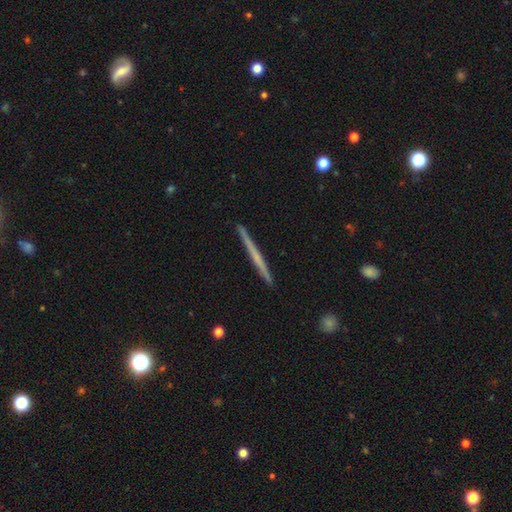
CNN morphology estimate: A featured or disk galaxy (56%) viewed edge-on (98%) with no central bulge (84%). Merging: none (92%).